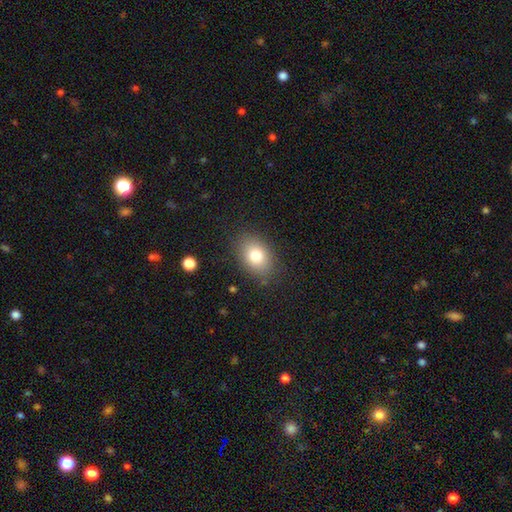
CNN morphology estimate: smooth 78%, featured or disk 12%, star or artifact 10%. Down the decision tree: how rounded — in between (75%); merging — none (84%).